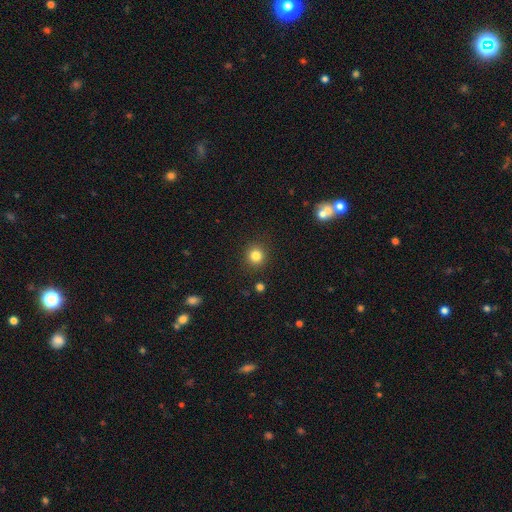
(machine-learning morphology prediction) The model was most divided on "smooth or featured": smooth: 82%, star or artifact: 12%, featured or disk: 5%. More confident: merging — none (90%); how rounded — round (90%).